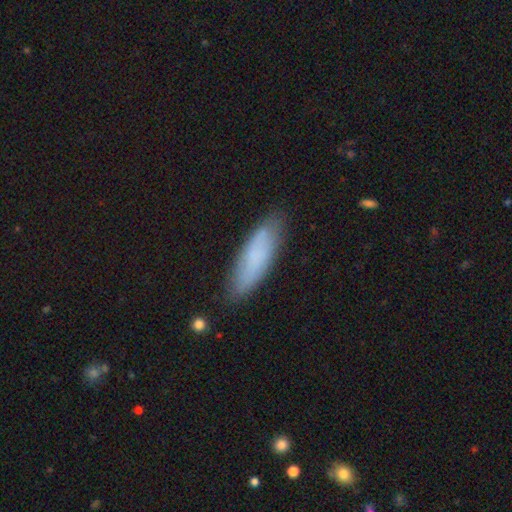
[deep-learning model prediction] A smooth galaxy with no disk features (76%) that is cigar-shaped (57%). Merging: none (81%).